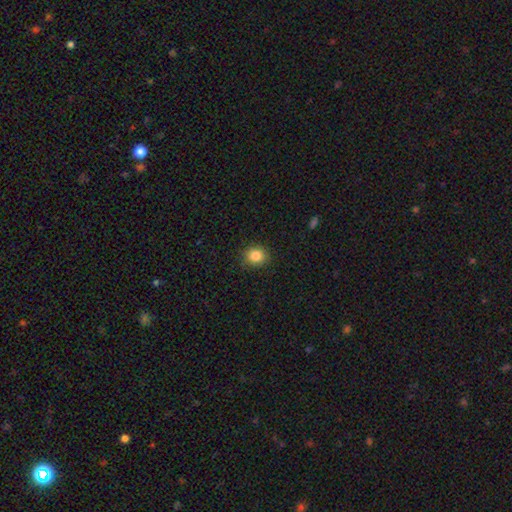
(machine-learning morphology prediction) This appears to be a smooth galaxy with no disk features (84%) that is round (75%). Merging: none (87%).